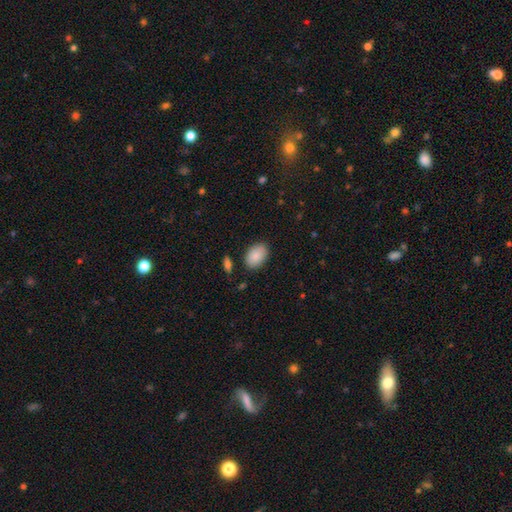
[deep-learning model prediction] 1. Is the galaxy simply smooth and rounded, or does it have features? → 88% smooth, 6% star or artifact, 5% featured or disk.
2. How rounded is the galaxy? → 89% in between, 10% round, 1% cigar-shaped.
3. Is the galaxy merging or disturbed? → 85% none, 10% minor disturbance, 2% major disturbance, 2% merger.